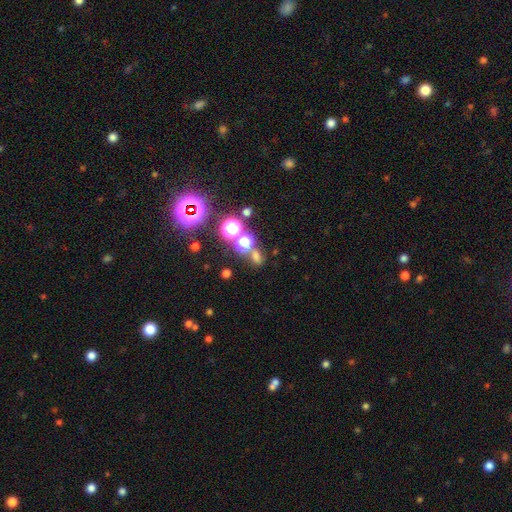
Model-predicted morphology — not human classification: A smooth galaxy with no disk features (54%) that is round (62%).

Vote fractions:
- Smooth or featured? smooth: 54% / star or artifact: 38% / featured or disk: 8%
- How rounded? round: 62% / in between: 36% / cigar-shaped: 2%
- Merging? none: 65% / merger: 19% / minor disturbance: 11% / major disturbance: 6%